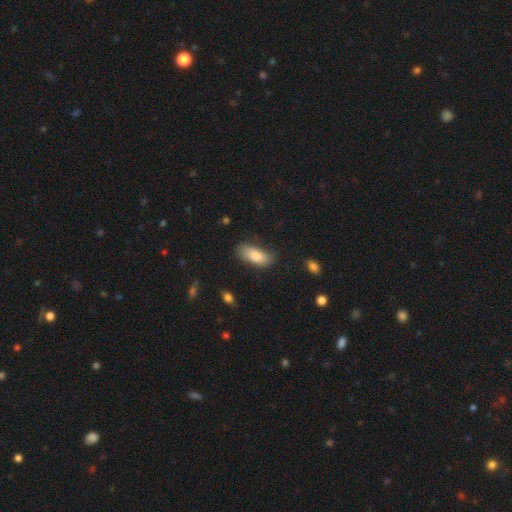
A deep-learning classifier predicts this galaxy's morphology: Smooth or featured? Predicted: smooth (p=0.82). How rounded? Predicted: in between (p=0.83). Merging? Predicted: none (p=0.72).